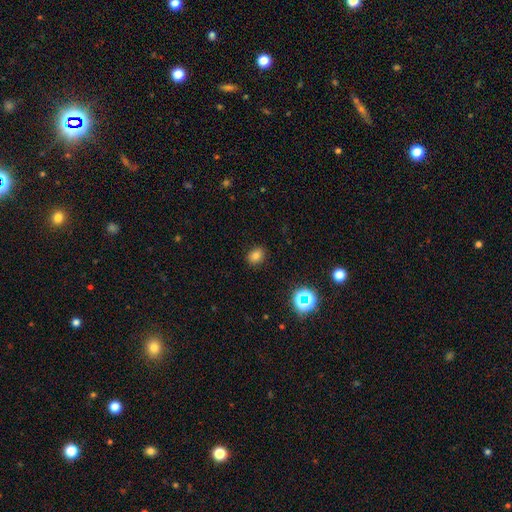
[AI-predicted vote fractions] Smooth or featured? Predicted: smooth (p=0.77). How rounded? Predicted: in between (p=0.59). Merging? Predicted: none (p=0.88).